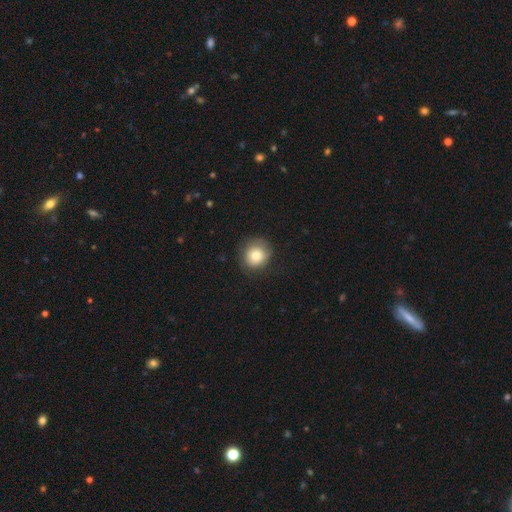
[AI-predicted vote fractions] smooth 77%, featured or disk 13%, star or artifact 10%. Down the decision tree: how rounded — round (89%); merging — none (82%).